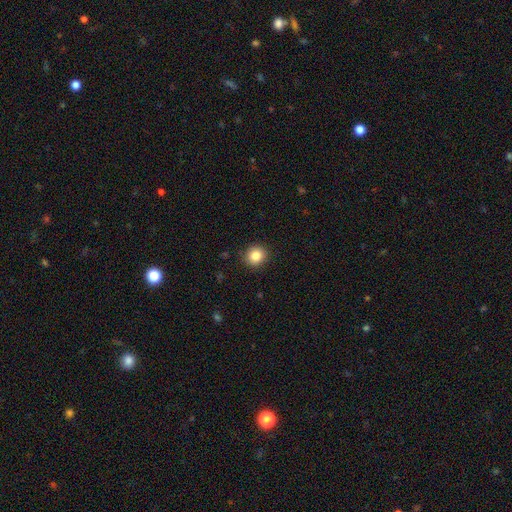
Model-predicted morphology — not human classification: Smooth or featured? smooth (85%)
How rounded? round (90%)
Merging? none (91%)